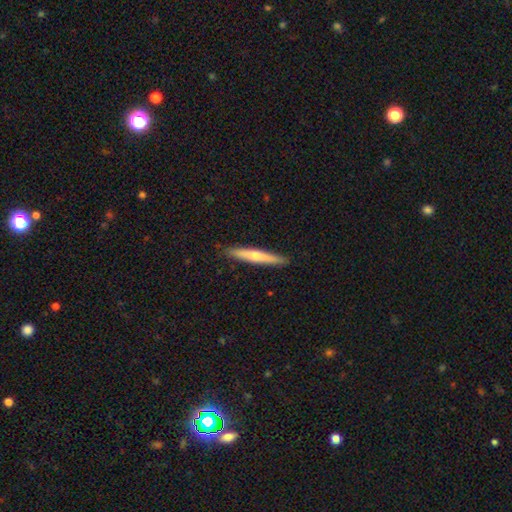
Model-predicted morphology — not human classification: This appears to be a smooth galaxy with no disk features (55%) that is cigar-shaped (95%). Merging: none (90%).